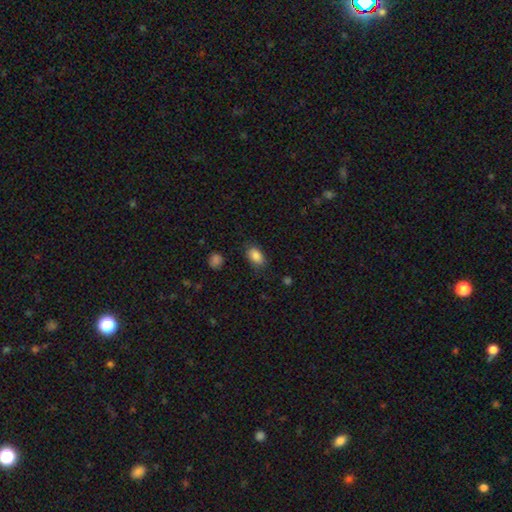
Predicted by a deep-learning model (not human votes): Morphology: type=smooth (87%); roundness=in between (89%); merging=none (80%).